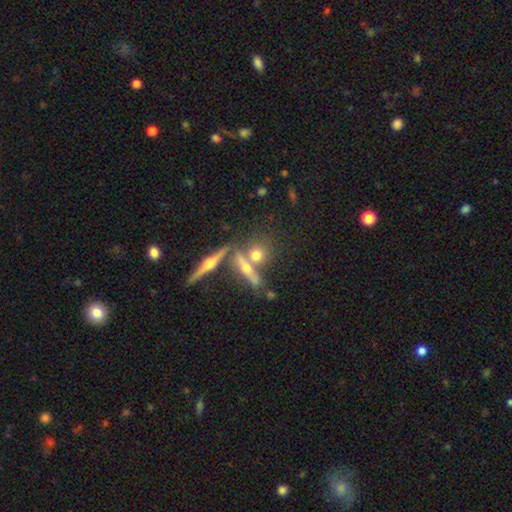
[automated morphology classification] smooth 44%, featured or disk 42%, star or artifact 14%. Down the decision tree: merging — none (59%).